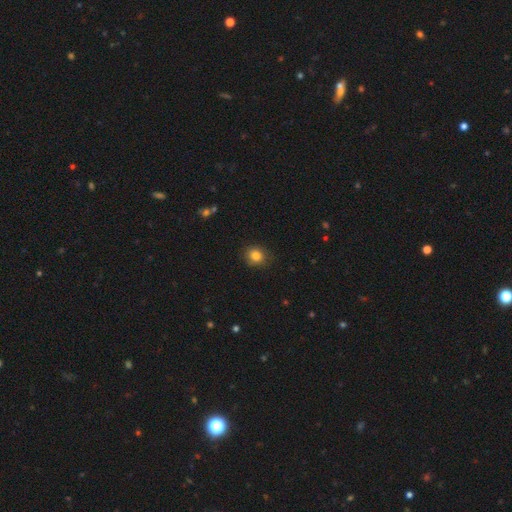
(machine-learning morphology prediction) This is clearly a smooth galaxy (83%). How rounded: likely round (80%). Merging: clearly none (85%).